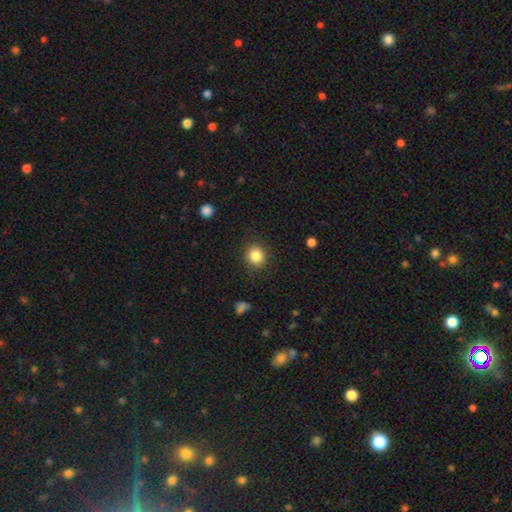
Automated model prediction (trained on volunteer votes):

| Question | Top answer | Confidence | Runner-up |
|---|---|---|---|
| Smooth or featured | smooth | 85% | star or artifact (10%) |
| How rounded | round | 85% | in between (14%) |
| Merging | none | 88% | minor disturbance (8%) |